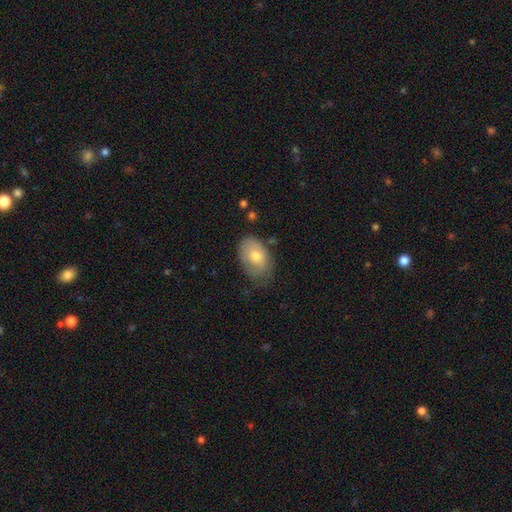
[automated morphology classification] Smooth or featured?
  - smooth: 68% *
  - featured or disk: 24%
  - star or artifact: 7%
How rounded?
  - in between: 87% *
  - round: 12%
  - cigar-shaped: 1%
Merging?
  - none: 57% *
  - minor disturbance: 32%
  - major disturbance: 9%
  - merger: 2%